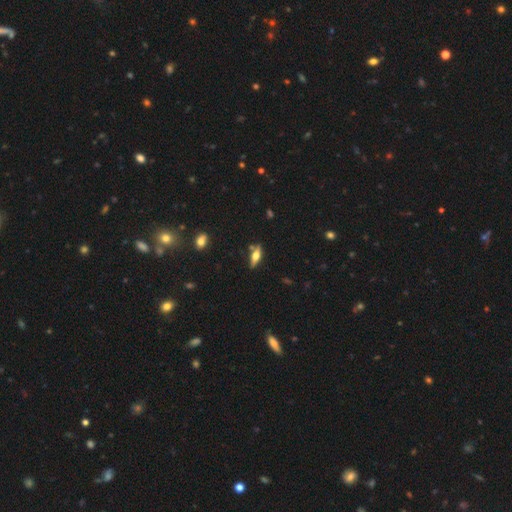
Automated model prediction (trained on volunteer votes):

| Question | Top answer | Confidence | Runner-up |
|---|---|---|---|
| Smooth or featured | featured or disk | 50% | smooth (42%) |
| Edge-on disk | yes | 91% | no (9%) |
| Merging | none | 79% | minor disturbance (12%) |